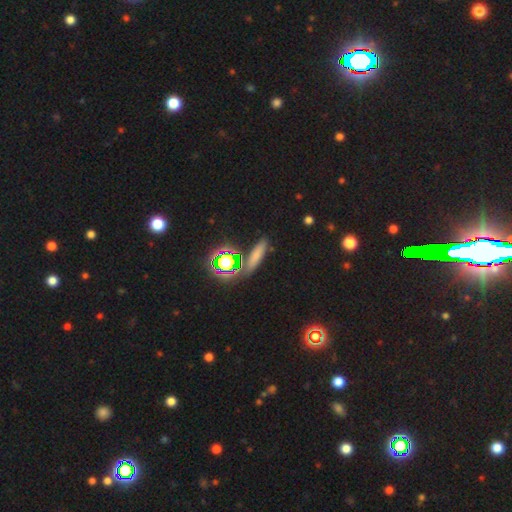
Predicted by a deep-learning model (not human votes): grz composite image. It shows a smooth galaxy with no disk features (60%) that is cigar-shaped (62%). Merging: none (82%).